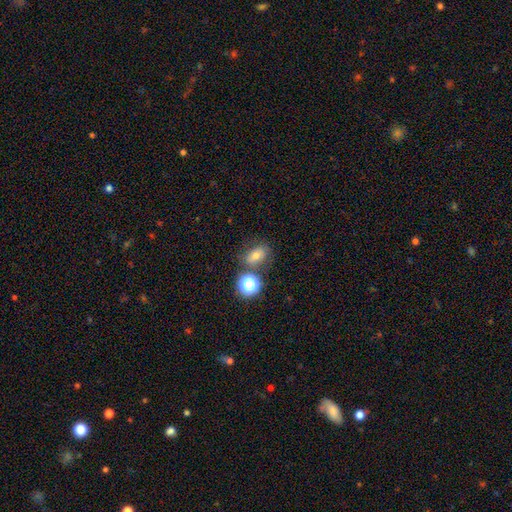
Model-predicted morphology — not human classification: Smooth or featured?
  - smooth: 60% *
  - star or artifact: 22%
  - featured or disk: 18%
How rounded?
  - in between: 63% *
  - round: 35%
  - cigar-shaped: 2%
Merging?
  - none: 64% *
  - merger: 16%
  - minor disturbance: 14%
  - major disturbance: 6%